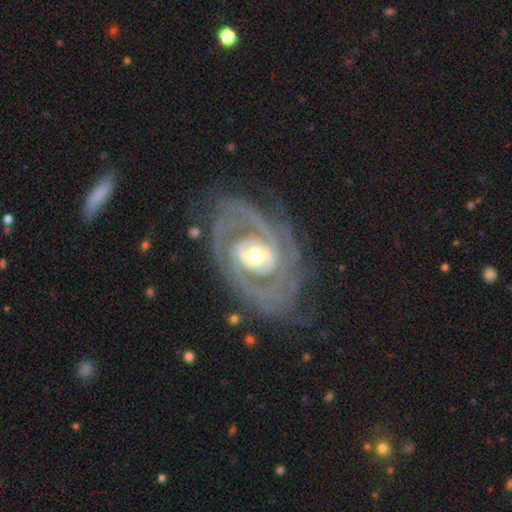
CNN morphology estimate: A featured or disk galaxy (90%) with no bar (38%), 2 (56%) tight (62%) spiral arms (93%) and a moderate central bulge (70%).

Vote fractions:
- Smooth or featured? featured or disk: 90% / smooth: 6% / star or artifact: 4%
- Edge-on disk? no: 96% / yes: 4%
- Bar? no: 38% / weak: 37% / strong: 26%
- Spiral arms? yes: 93% / no: 7%
- Spiral winding? tight: 62% / medium: 29% / loose: 9%
- Spiral arm count? 2: 56% / can't tell: 17% / 3: 13% / 1: 5% / 4: 5% / more than 4: 4%
- Bulge size? moderate: 70% / small: 15% / large: 12% / dominant: 1% / none: 1%
- Merging? none: 68% / minor disturbance: 18% / major disturbance: 12% / merger: 2%